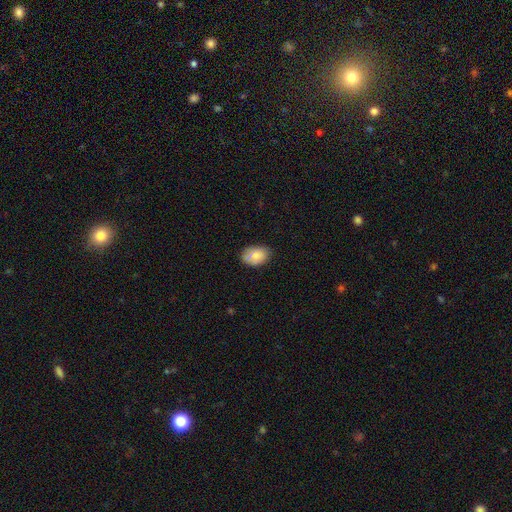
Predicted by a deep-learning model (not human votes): smooth-or-featured: smooth: 79% | featured or disk: 13% | star or artifact: 7%
  how-rounded: in between: 84% | round: 15% | cigar-shaped: 1%
  merging: none: 75% | minor disturbance: 20% | major disturbance: 4% | merger: 1%